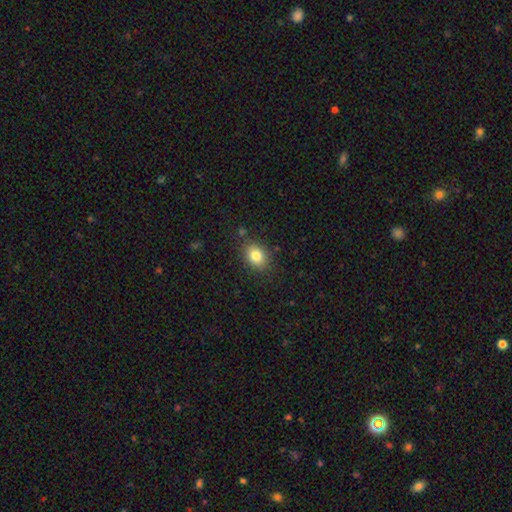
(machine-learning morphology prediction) Smooth or featured? Predicted: smooth (p=0.82). How rounded? Predicted: in between (p=0.65). Merging? Predicted: none (p=0.83).